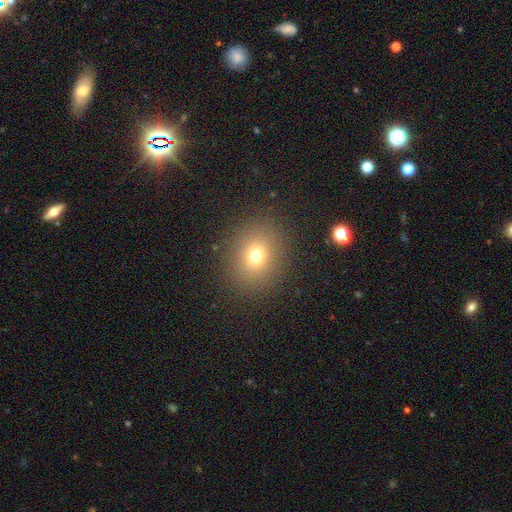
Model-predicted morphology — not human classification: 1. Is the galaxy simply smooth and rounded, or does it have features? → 72% smooth, 18% star or artifact, 11% featured or disk.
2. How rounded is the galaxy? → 70% round, 29% in between, 1% cigar-shaped.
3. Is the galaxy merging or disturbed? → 88% none, 7% minor disturbance, 4% major disturbance, 1% merger.